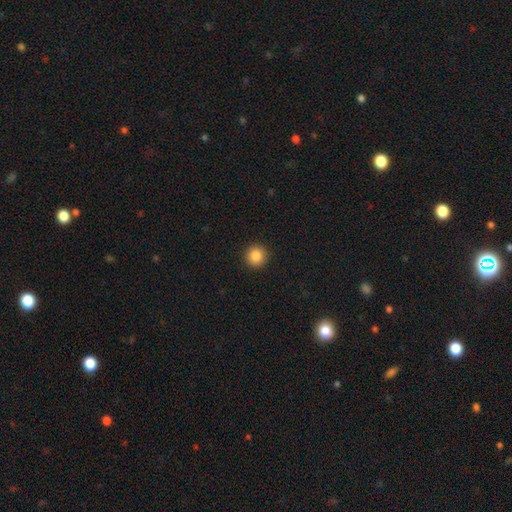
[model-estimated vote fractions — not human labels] This is clearly a smooth galaxy (87%). How rounded: clearly round (94%). Merging: clearly none (93%).